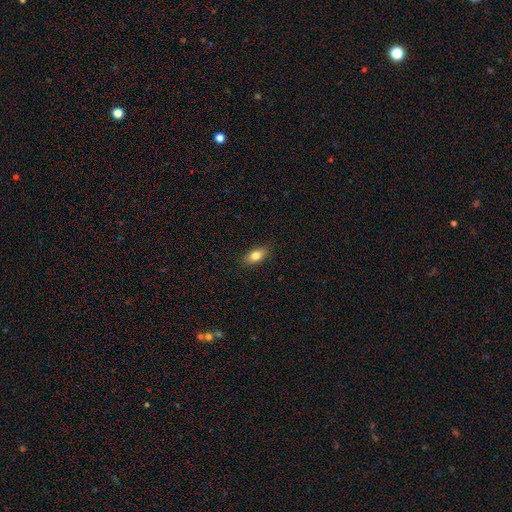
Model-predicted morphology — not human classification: Overall: smooth (81%). How rounded: in between (87%). Merging: none (87%).